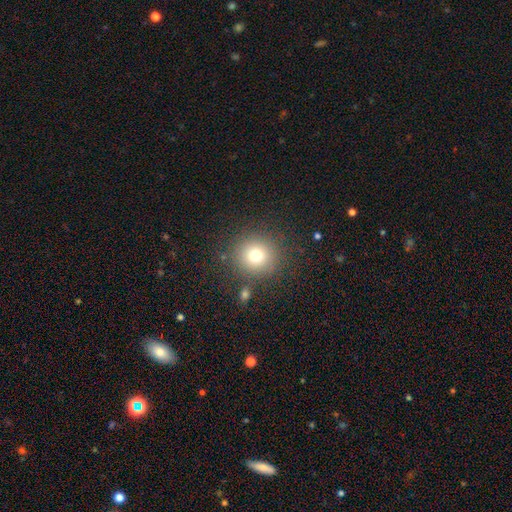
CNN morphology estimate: Smooth or featured: smooth — 74% (star or artifact — 15%)
How rounded: round — 93% (in between — 6%)
Merging: none — 85% (minor disturbance — 8%)